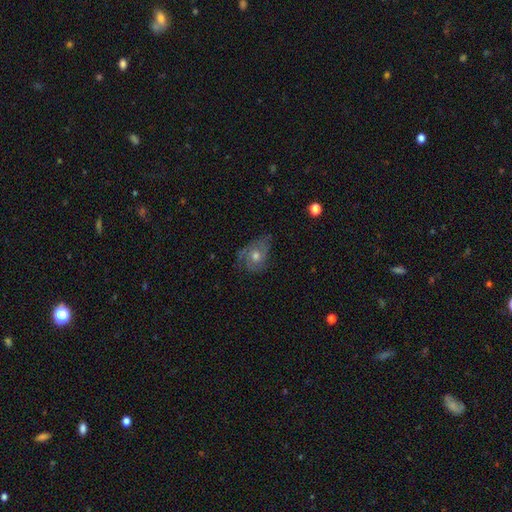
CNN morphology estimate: This appears to be a featured or disk galaxy (68%) with no bar (80%), 2 (34%) tight (45%) spiral arms (84%) and a moderate central bulge (70%). Merging: none (61%).